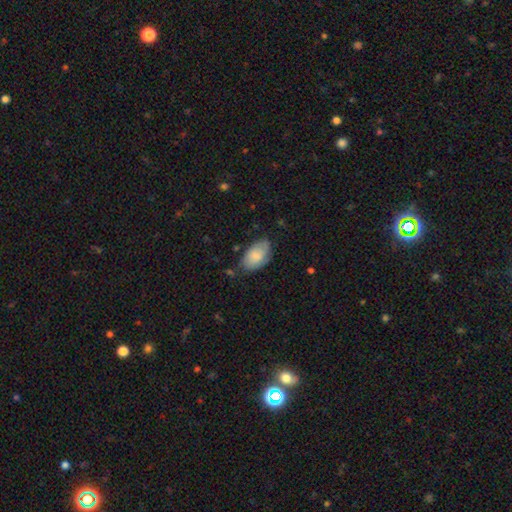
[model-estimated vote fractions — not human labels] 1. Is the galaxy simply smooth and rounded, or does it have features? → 79% smooth, 15% featured or disk, 6% star or artifact.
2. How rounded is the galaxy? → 94% in between, 5% round, 2% cigar-shaped.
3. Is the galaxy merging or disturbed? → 68% none, 25% minor disturbance, 5% major disturbance, 2% merger.